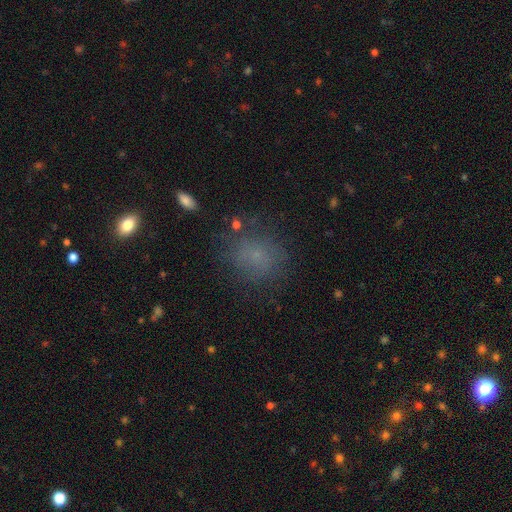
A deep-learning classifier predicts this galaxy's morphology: Smooth or featured? Predicted: smooth (p=0.64). How rounded? Predicted: round (p=0.68). Merging? Predicted: none (p=0.73).